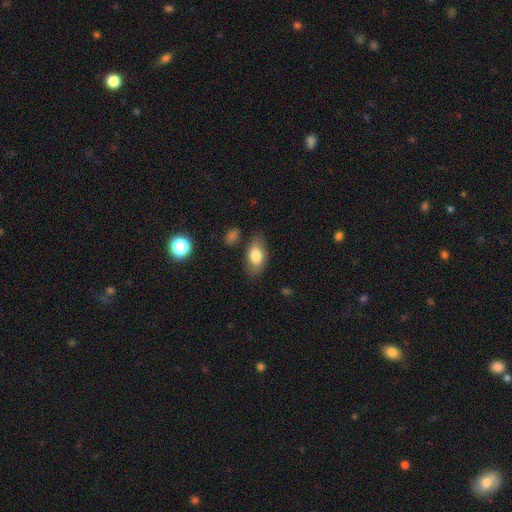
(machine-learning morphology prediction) Overall: smooth (78%). How rounded: in between (90%). Merging: none (79%).